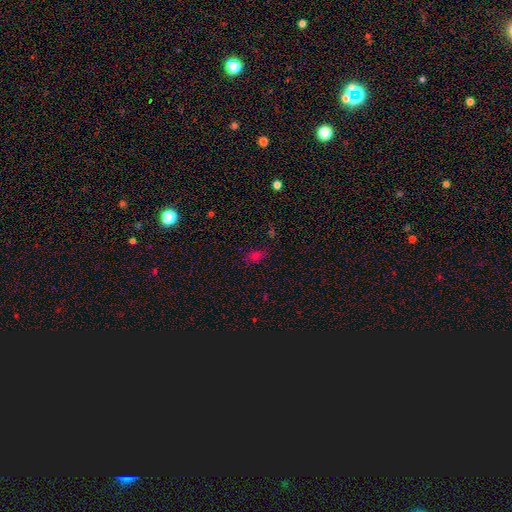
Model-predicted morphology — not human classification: Q: Smooth or featured?
A: smooth (51%); runner-up: star or artifact (37%)
Q: How rounded?
A: in between (74%); runner-up: round (19%)
Q: Merging?
A: none (75%); runner-up: minor disturbance (16%)